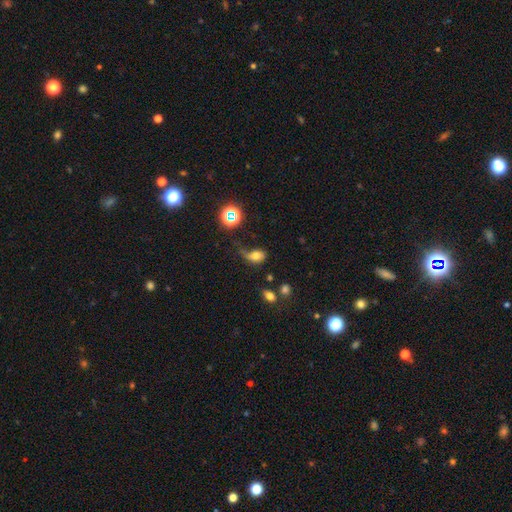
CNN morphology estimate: Q: Smooth or featured?
A: smooth (62%); runner-up: featured or disk (22%)
Q: How rounded?
A: in between (74%); runner-up: round (24%)
Q: Merging?
A: major disturbance (34%); runner-up: minor disturbance (30%)